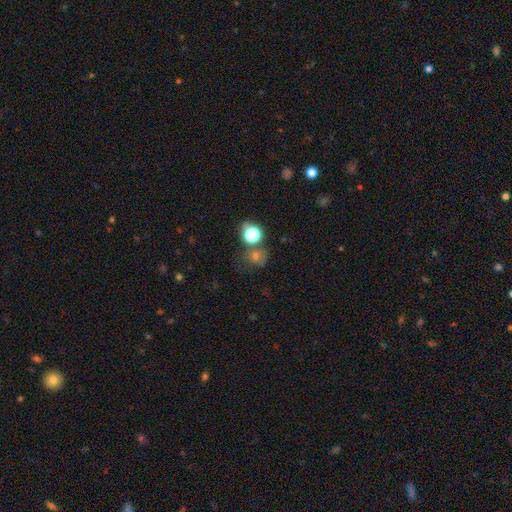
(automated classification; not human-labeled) Smooth or featured: smooth — 55% (star or artifact — 34%)
How rounded: round — 81% (in between — 18%)
Merging: none — 63% (merger — 17%)